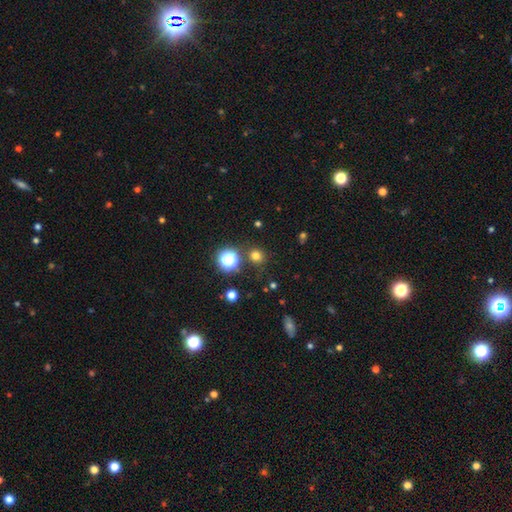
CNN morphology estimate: A smooth galaxy with no disk features (71%) that is round (90%). Merging: none (84%).